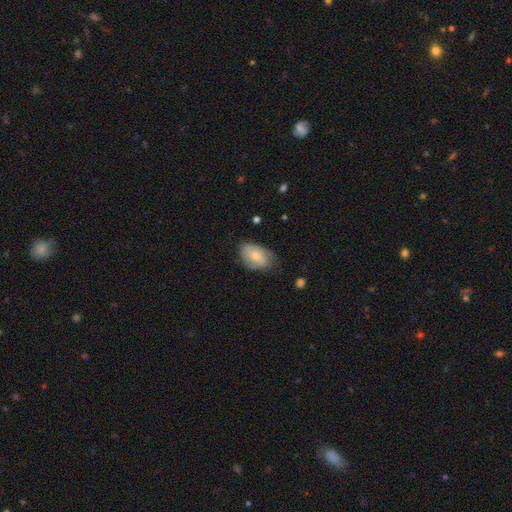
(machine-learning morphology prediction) Smooth or featured?
  - smooth: 62% *
  - featured or disk: 32%
  - star or artifact: 7%
How rounded?
  - in between: 87% *
  - round: 11%
  - cigar-shaped: 1%
Merging?
  - none: 63% *
  - minor disturbance: 28%
  - major disturbance: 7%
  - merger: 1%